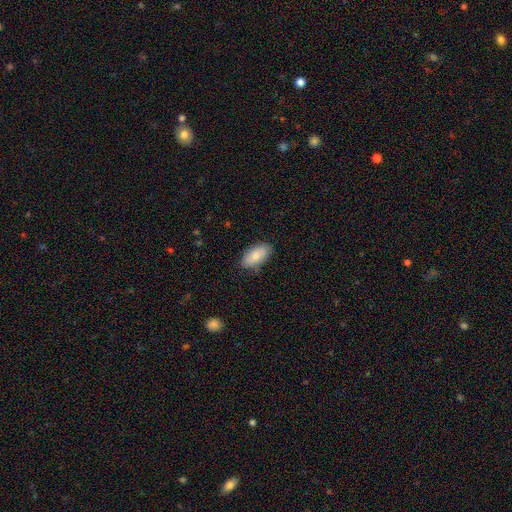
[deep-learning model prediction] A smooth galaxy with no disk features (83%) that is in between round and cigar-shaped (93%).

Vote fractions:
- Smooth or featured? smooth: 83% / featured or disk: 11% / star or artifact: 6%
- How rounded? in between: 93% / cigar-shaped: 4% / round: 3%
- Merging? none: 84% / minor disturbance: 13% / major disturbance: 2% / merger: 1%